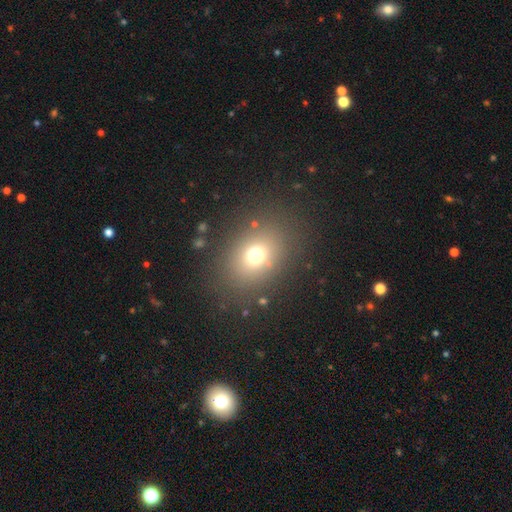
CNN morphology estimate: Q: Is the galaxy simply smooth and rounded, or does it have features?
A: smooth — 71%.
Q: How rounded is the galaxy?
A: in between — 51%.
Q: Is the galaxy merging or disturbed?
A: none — 83%.